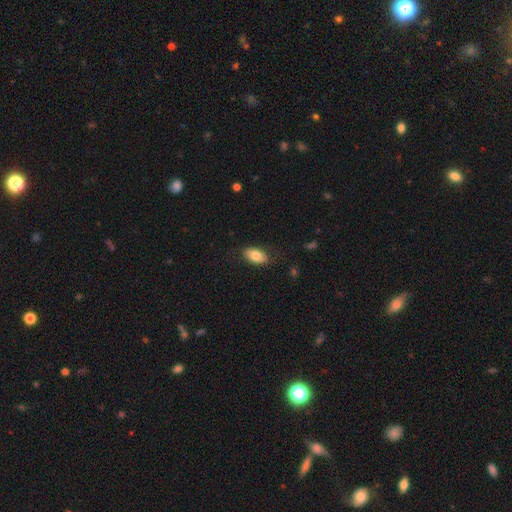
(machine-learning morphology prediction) Overall: smooth (78%). How rounded: in between (92%). Merging: none (81%).